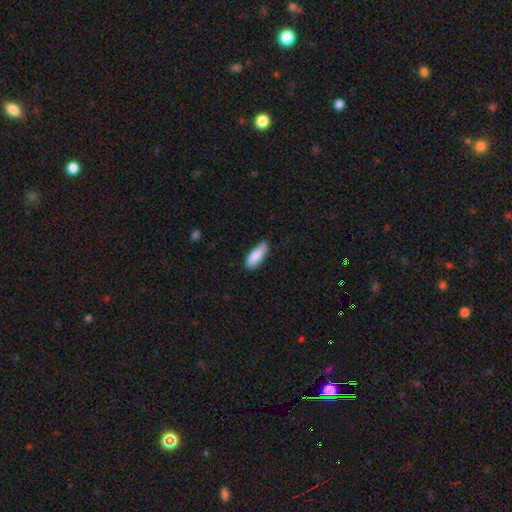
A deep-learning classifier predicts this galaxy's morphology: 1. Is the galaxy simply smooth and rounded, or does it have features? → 83% smooth, 11% featured or disk, 6% star or artifact.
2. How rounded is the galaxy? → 66% in between, 32% cigar-shaped, 2% round.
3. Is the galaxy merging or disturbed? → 70% none, 24% minor disturbance, 4% major disturbance, 2% merger.